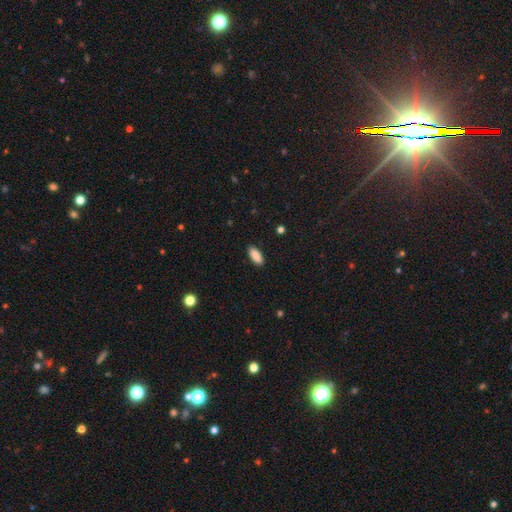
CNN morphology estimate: smooth_or_featured: smooth (p=0.89) [alt: star or artifact p=0.07]
how_rounded: in between (p=0.86) [alt: cigar-shaped p=0.13]
merging: none (p=0.89) [alt: minor disturbance p=0.08]